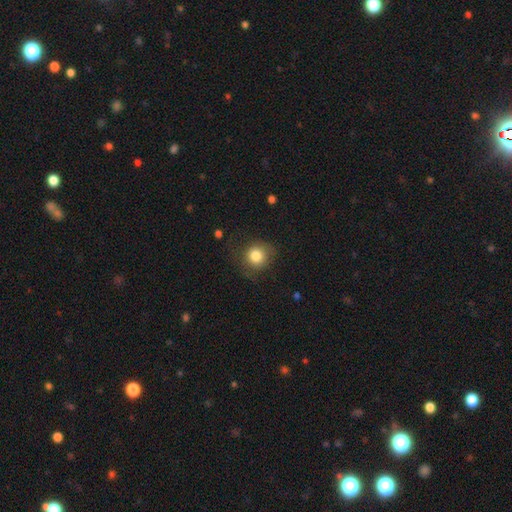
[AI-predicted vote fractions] smooth_or_featured: smooth (p=0.81) [alt: star or artifact p=0.10]
how_rounded: round (p=0.86) [alt: in between p=0.13]
merging: none (p=0.70) [alt: minor disturbance p=0.20]